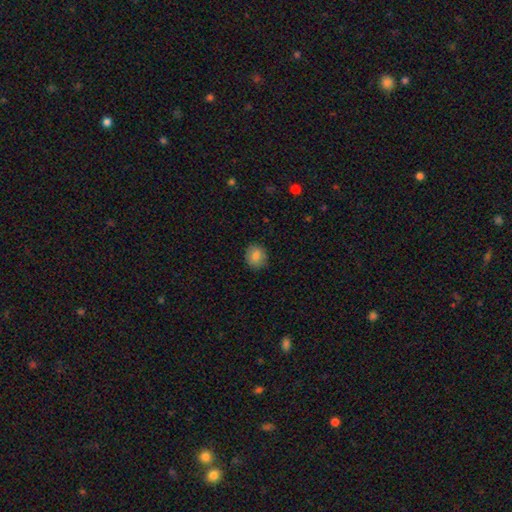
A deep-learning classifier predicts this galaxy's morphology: Q: Smooth or featured?
A: smooth (84%); runner-up: star or artifact (8%)
Q: How rounded?
A: round (74%); runner-up: in between (25%)
Q: Merging?
A: none (88%); runner-up: minor disturbance (9%)